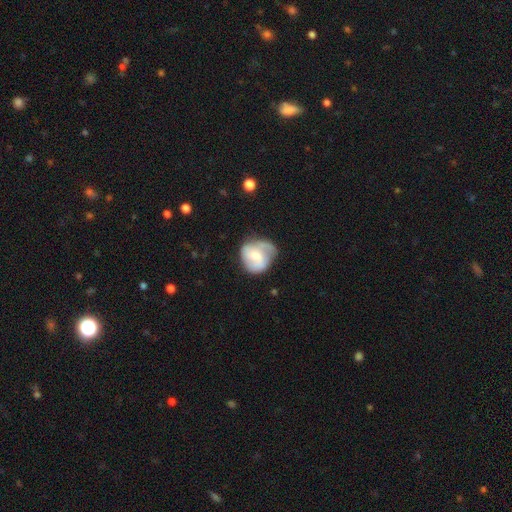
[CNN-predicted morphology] Smooth or featured?
  - featured or disk: 54% *
  - smooth: 40%
  - star or artifact: 6%
Edge-on disk?
  - no: 97% *
  - yes: 3%
Bar?
  - no: 57% *
  - weak: 35%
  - strong: 8%
Spiral arms?
  - yes: 74% *
  - no: 26%
Bulge size?
  - moderate: 54% *
  - small: 39%
  - large: 4%
  - none: 3%
  - dominant: 1%
Merging?
  - none: 48% *
  - minor disturbance: 33%
  - major disturbance: 17%
  - merger: 3%